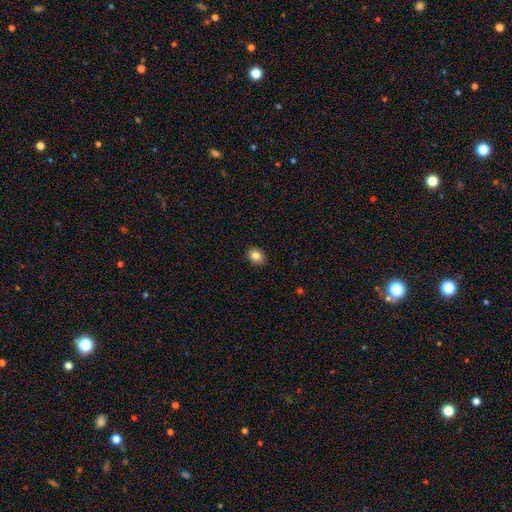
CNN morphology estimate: The model was most divided on "how rounded": in between: 50%, round: 49%, cigar-shaped: 1%. More confident: merging — none (90%); smooth or featured — smooth (83%).